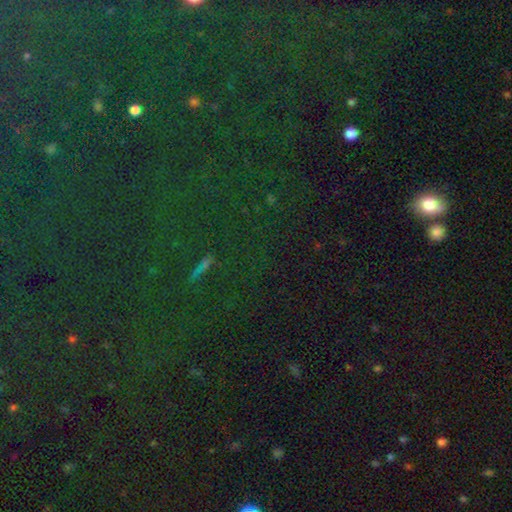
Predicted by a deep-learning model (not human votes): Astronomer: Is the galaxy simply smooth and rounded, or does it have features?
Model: star or artifact — 78%.